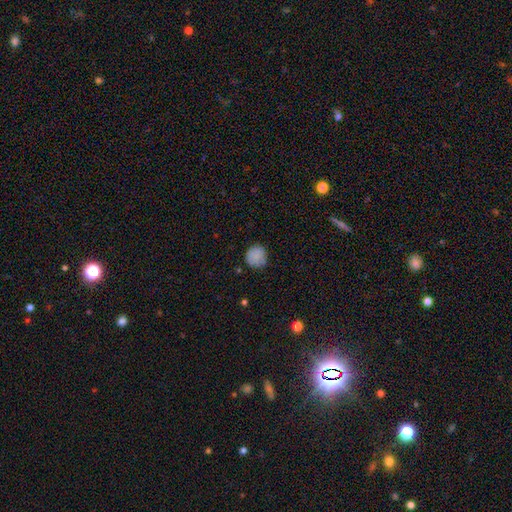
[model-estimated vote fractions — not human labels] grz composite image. It shows a smooth galaxy with no disk features (83%) that is round (88%). Merging: none (75%).